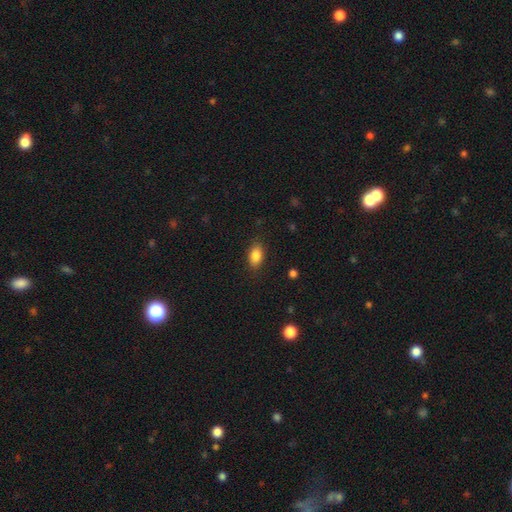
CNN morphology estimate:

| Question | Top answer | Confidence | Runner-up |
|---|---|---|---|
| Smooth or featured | smooth | 86% | star or artifact (8%) |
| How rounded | in between | 88% | round (9%) |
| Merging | none | 85% | minor disturbance (11%) |